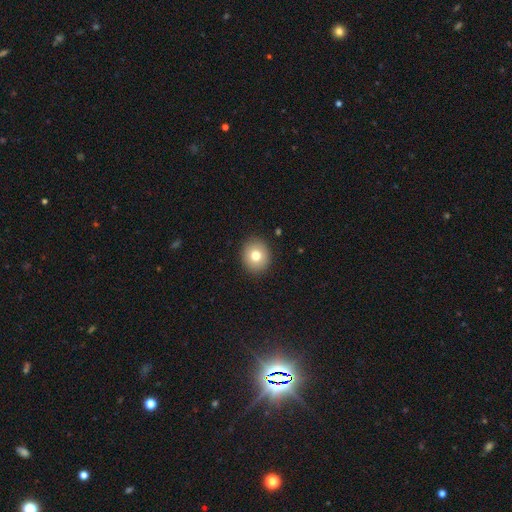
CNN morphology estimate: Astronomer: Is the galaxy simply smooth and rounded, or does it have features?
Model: smooth — 77%.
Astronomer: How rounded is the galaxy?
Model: round — 79%.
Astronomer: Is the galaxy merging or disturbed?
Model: none — 91%.